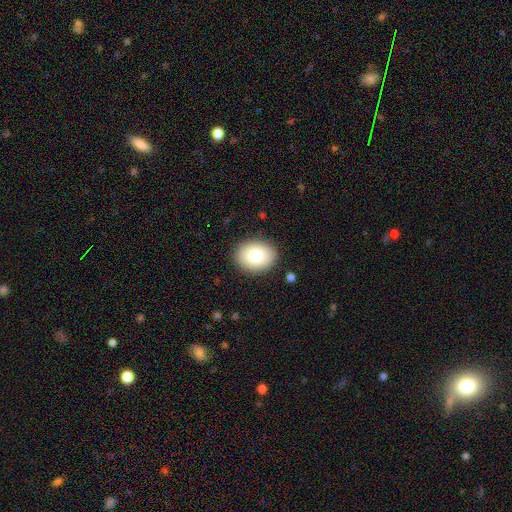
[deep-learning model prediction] Morphology: type=smooth (79%); roundness=in between (58%); merging=none (88%).